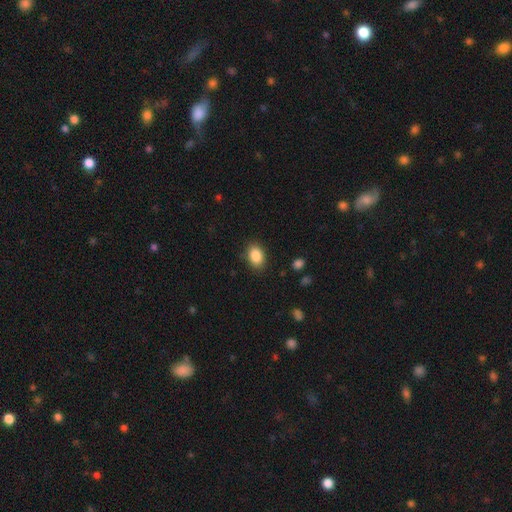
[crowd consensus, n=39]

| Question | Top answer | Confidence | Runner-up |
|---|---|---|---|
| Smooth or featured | smooth | 85% | star or artifact (10%) |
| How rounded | in between | 76% | round (24%) |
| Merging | none | 80% | minor disturbance (17%) |